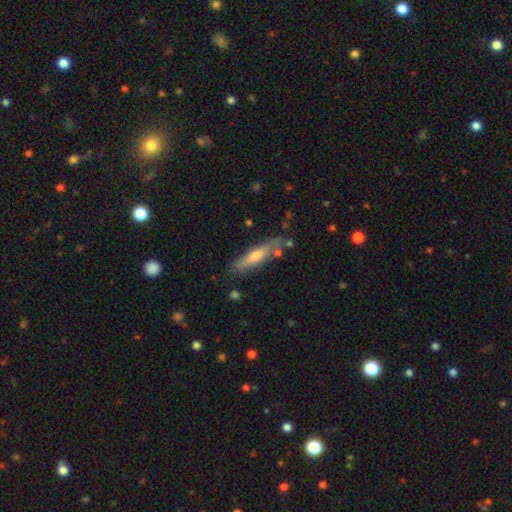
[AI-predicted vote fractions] smooth-or-featured: featured or disk: 47% | smooth: 46% | star or artifact: 7%
  merging: none: 76% | minor disturbance: 15% | merger: 5% | major disturbance: 3%